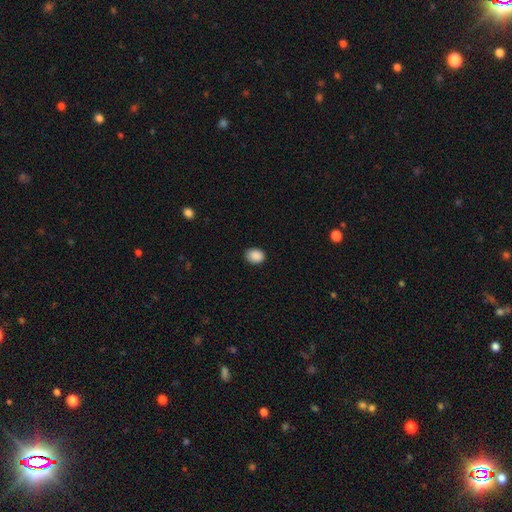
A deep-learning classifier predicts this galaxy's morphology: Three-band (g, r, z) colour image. It shows a smooth galaxy with no disk features (89%) that is in between round and cigar-shaped (55%). Merging: none (87%).